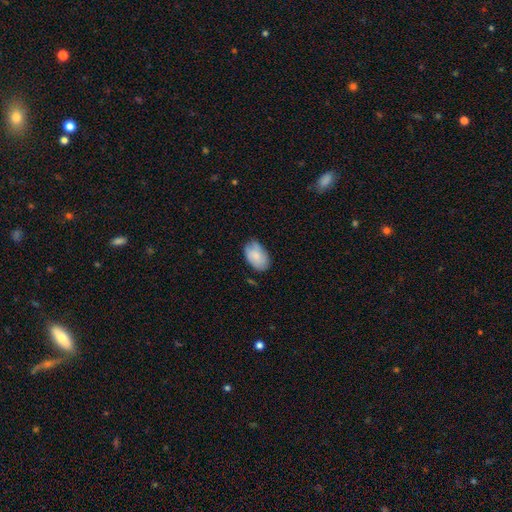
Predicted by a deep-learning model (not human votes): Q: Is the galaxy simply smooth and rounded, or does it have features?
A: smooth — 78%.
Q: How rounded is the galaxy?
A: in between — 91%.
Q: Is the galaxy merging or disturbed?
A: none — 68%.